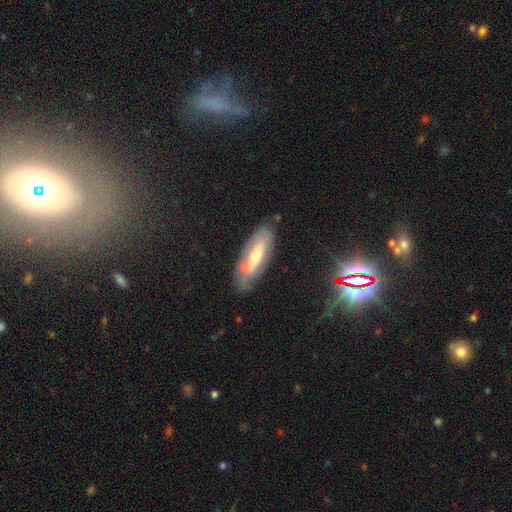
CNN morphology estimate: smooth-or-featured: featured or disk: 52% | smooth: 38% | star or artifact: 10%
  disk-edge-on: no: 70% | yes: 30%
  merging: none: 67% | minor disturbance: 18% | merger: 10% | major disturbance: 5%